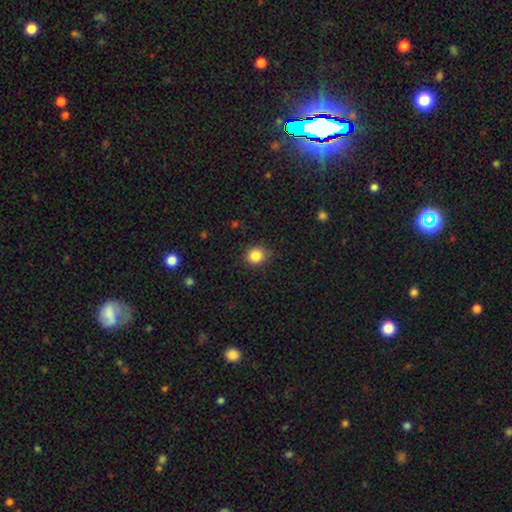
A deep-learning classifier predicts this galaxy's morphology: Q: Smooth or featured?
A: smooth (85%); runner-up: star or artifact (11%)
Q: How rounded?
A: round (84%); runner-up: in between (15%)
Q: Merging?
A: none (83%); runner-up: minor disturbance (13%)